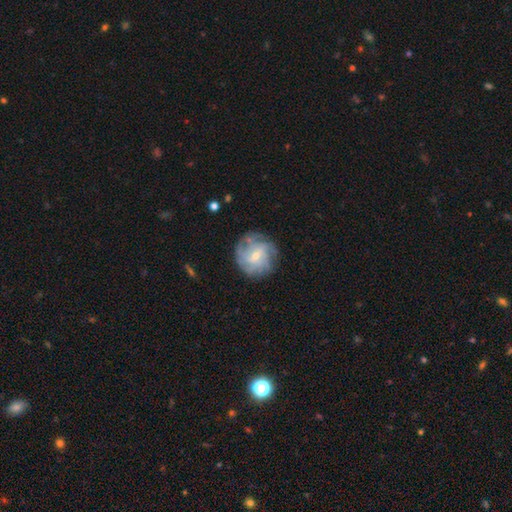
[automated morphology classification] Overall: featured or disk (71%). Edge-on disk: no (98%). Bar: no (55%; weak 38%). Spiral arms: yes (88%). Spiral arm count: can't tell (38%; more than 4 19%). Spiral winding: tight (51%; medium 33%). Bulge size: small (64%; moderate 32%). Merging: none (78%).